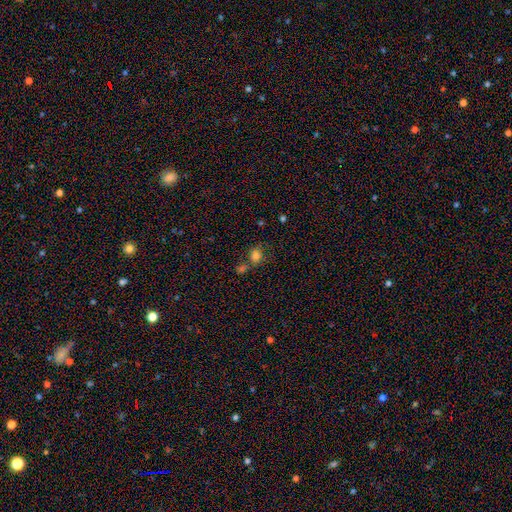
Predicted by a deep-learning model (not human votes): Smooth or featured? Predicted: smooth (p=0.78). How rounded? Predicted: round (p=0.59). Merging? Predicted: none (p=0.48).